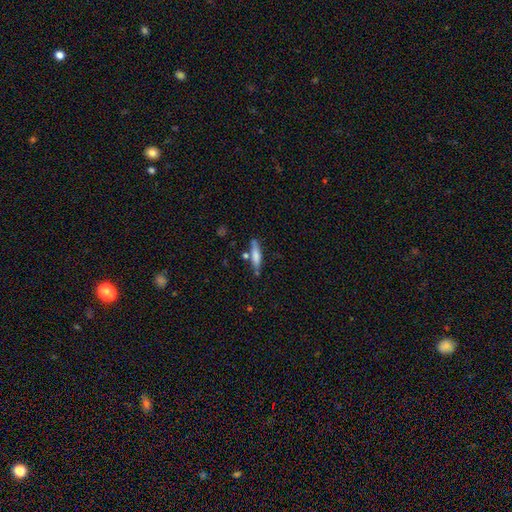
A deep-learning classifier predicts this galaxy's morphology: A smooth galaxy with no disk features (68%) that is cigar-shaped (78%). Merging: none (71%).